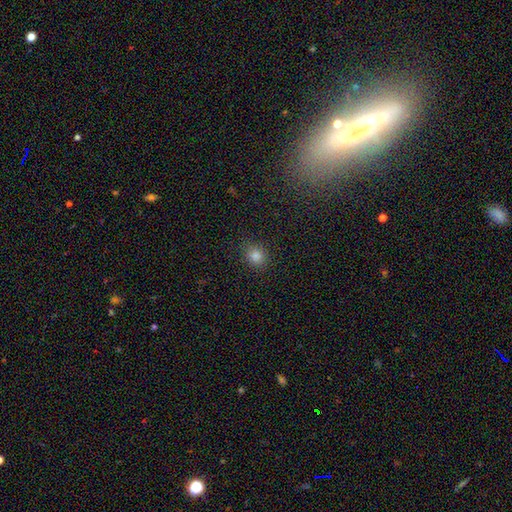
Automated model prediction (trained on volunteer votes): Smooth or featured: smooth — 81% (star or artifact — 15%)
How rounded: round — 76% (in between — 23%)
Merging: none — 88% (minor disturbance — 8%)